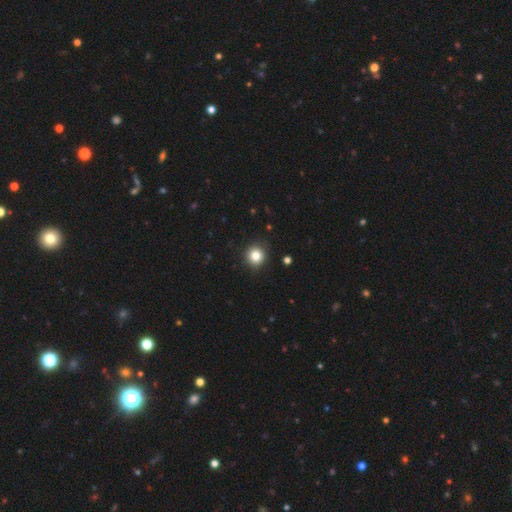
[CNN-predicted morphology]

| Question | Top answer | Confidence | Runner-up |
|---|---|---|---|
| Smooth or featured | smooth | 82% | star or artifact (12%) |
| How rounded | round | 90% | in between (9%) |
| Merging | none | 88% | minor disturbance (9%) |